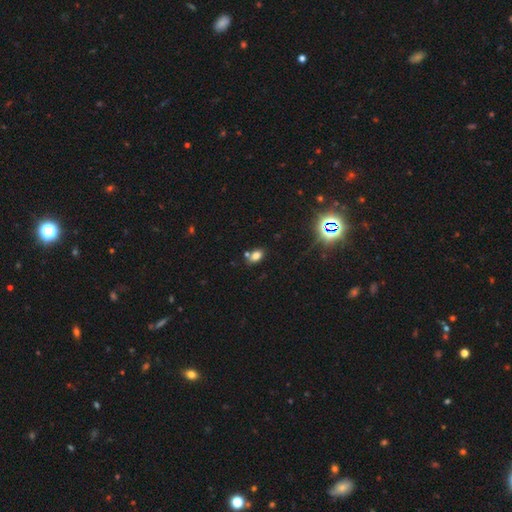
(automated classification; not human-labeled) Overall: smooth (78%). How rounded: in between (83%). Merging: none (64%).